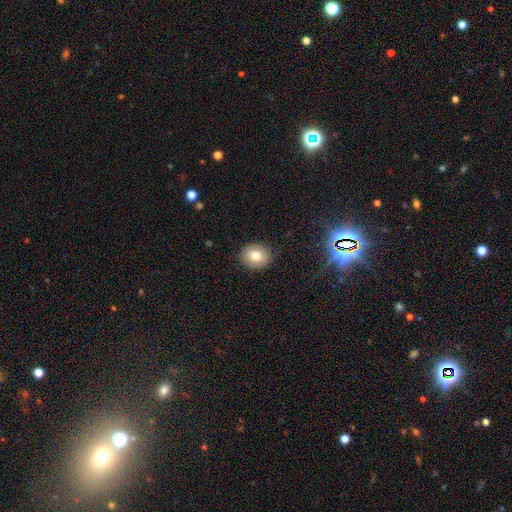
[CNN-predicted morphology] Overall: smooth (79%). How rounded: round (75%). Merging: none (91%).